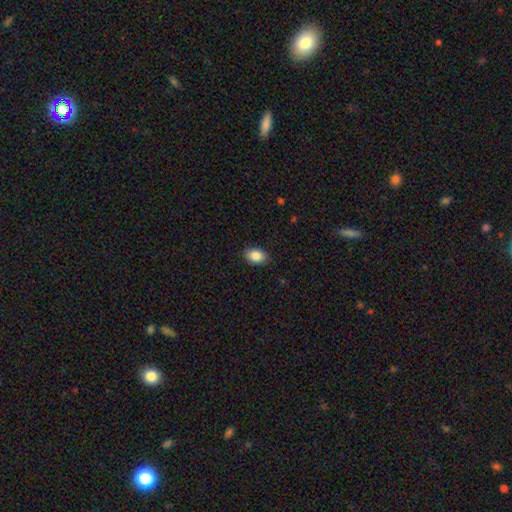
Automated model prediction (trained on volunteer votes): Smooth or featured? smooth (85%)
How rounded? in between (81%)
Merging? none (87%)